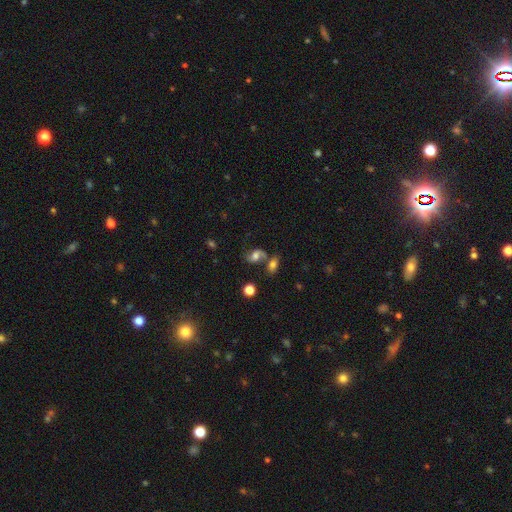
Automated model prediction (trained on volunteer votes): This appears to be a featured or disk galaxy (53%) with no bar (56%), spiral arms (85%) and a moderate central bulge (45%). Merging: none (46%).